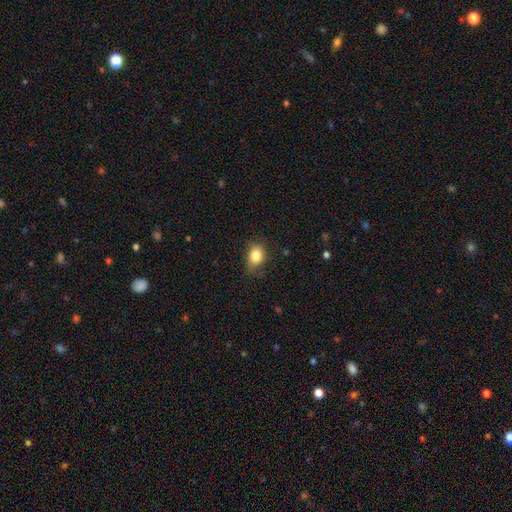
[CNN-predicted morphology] Smooth or featured? smooth (82%)
How rounded? in between (69%)
Merging? none (63%)